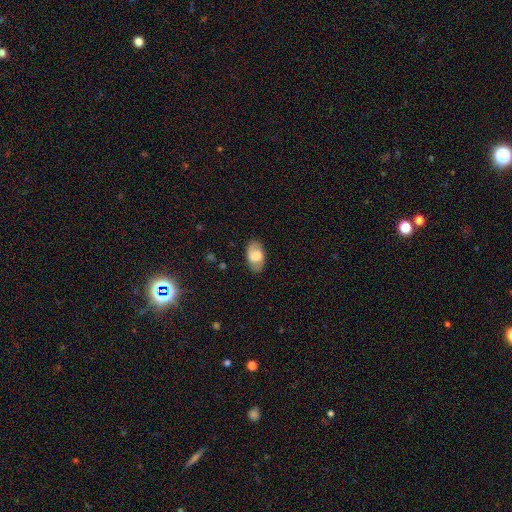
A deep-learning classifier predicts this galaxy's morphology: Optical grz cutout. It shows a smooth galaxy with no disk features (58%) that is in between round and cigar-shaped (92%). Merging: none (81%).